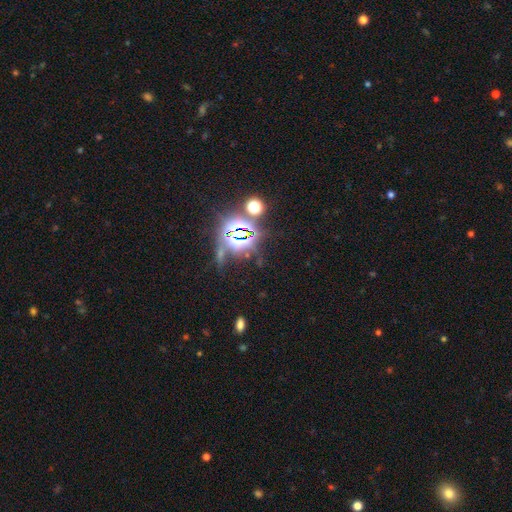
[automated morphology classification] The model was most divided on "smooth or featured": star or artifact: 82%, smooth: 10%, featured or disk: 8%.